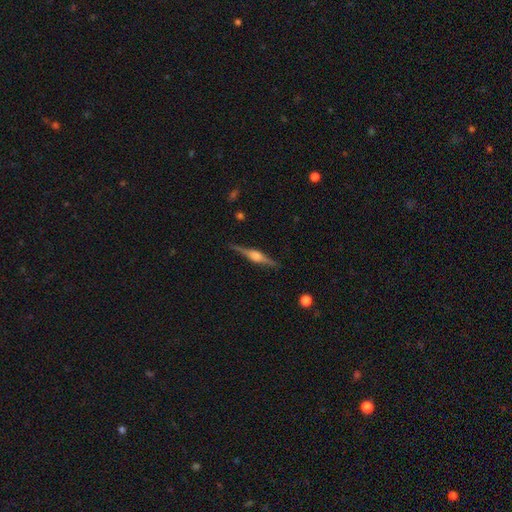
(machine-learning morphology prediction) Q: Smooth or featured?
A: featured or disk (83%); runner-up: smooth (11%)
Q: Edge-on disk?
A: yes (98%); runner-up: no (2%)
Q: Edge-on bulge?
A: rounded (84%); runner-up: boxy (14%)
Q: Merging?
A: none (89%); runner-up: minor disturbance (8%)